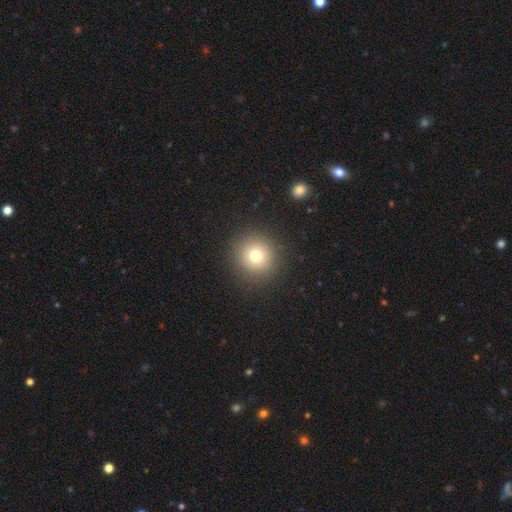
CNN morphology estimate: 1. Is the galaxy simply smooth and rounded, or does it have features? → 74% smooth, 15% star or artifact, 11% featured or disk.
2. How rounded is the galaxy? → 95% round, 4% in between, 1% cigar-shaped.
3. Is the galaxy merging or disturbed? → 90% none, 6% minor disturbance, 3% major disturbance, 1% merger.